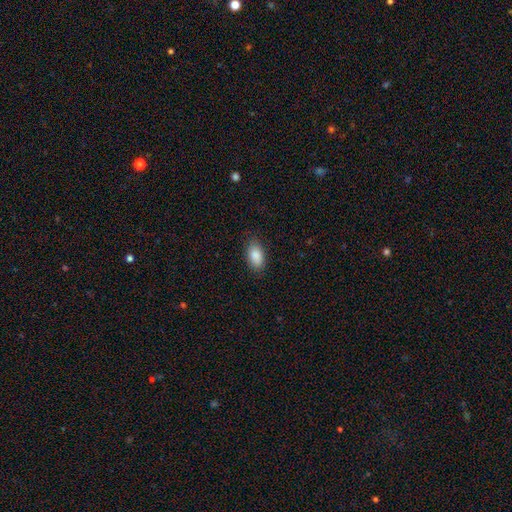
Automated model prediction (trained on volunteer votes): The model was most divided on "merging": none: 85%, minor disturbance: 12%, major disturbance: 3%, merger: 1%. More confident: how rounded — in between (93%); smooth or featured — smooth (89%).